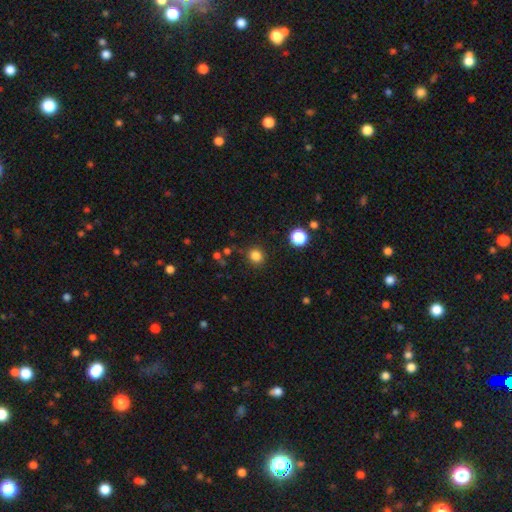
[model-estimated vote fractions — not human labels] smooth 82%, star or artifact 14%, featured or disk 4%. Down the decision tree: how rounded — round (85%); merging — none (86%).